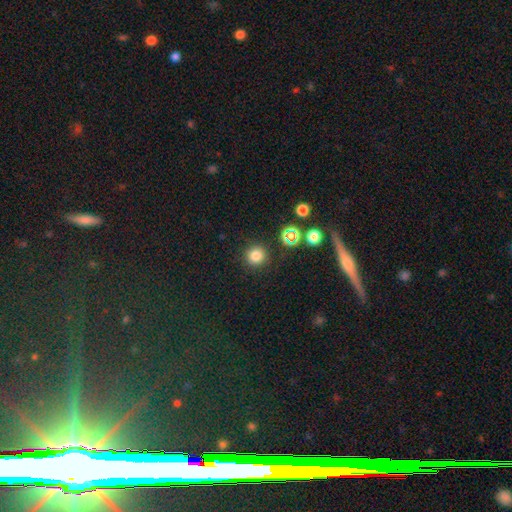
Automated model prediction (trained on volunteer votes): Overall: smooth (79%). How rounded: round (94%). Merging: none (89%).